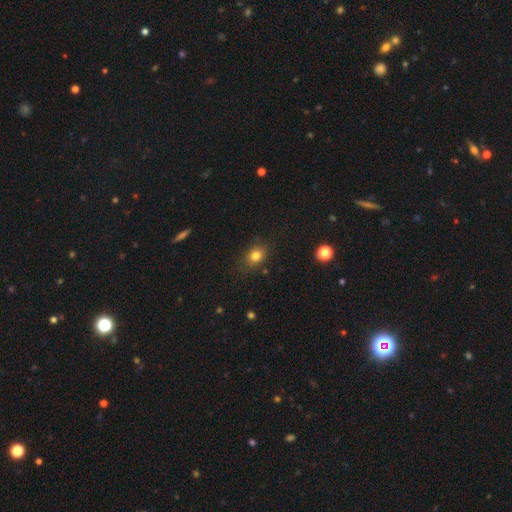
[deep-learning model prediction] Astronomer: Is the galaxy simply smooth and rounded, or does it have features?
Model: smooth — 81%.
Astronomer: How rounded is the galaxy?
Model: in between — 53% (runner-up: round, 46%).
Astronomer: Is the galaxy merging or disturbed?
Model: none — 81%.